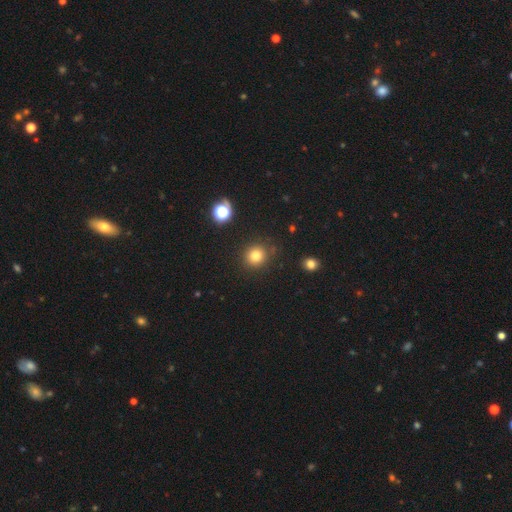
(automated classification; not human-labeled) This is clearly a smooth galaxy (81%). How rounded: clearly round (86%). Merging: clearly none (85%).